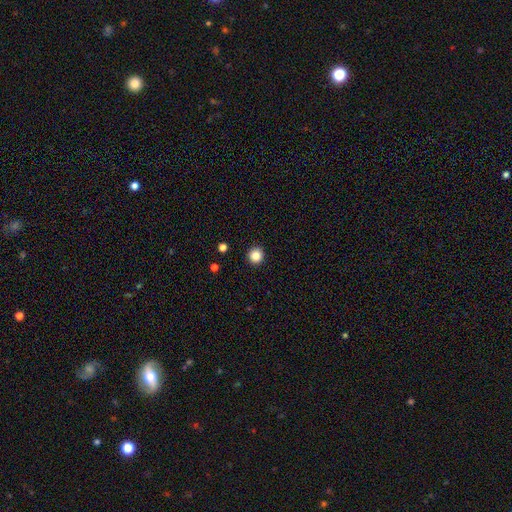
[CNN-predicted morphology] Smooth or featured?
  - smooth: 85% *
  - star or artifact: 11%
  - featured or disk: 4%
How rounded?
  - round: 94% *
  - in between: 5%
  - cigar-shaped: 1%
Merging?
  - none: 93% *
  - minor disturbance: 5%
  - major disturbance: 1%
  - merger: 1%